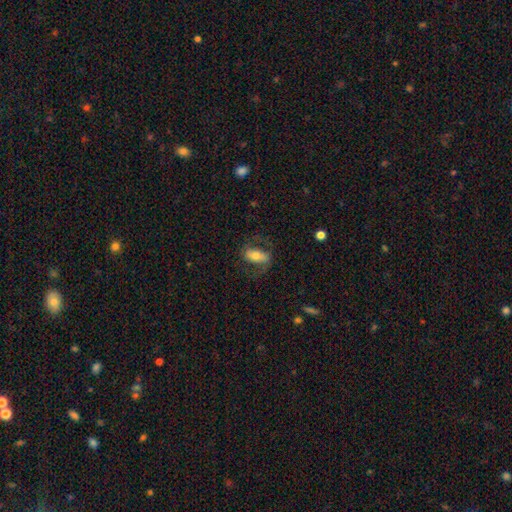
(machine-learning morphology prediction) Overall: smooth (51%; featured or disk 42%). How rounded: in between (85%). Merging: none (65%).